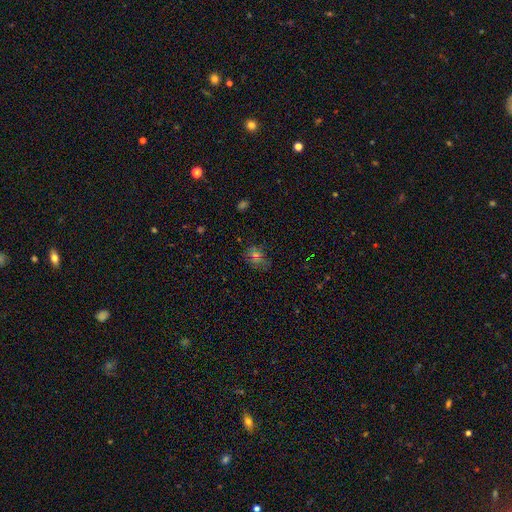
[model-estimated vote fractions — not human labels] A smooth galaxy with no disk features (49%). Merging: none (70%).